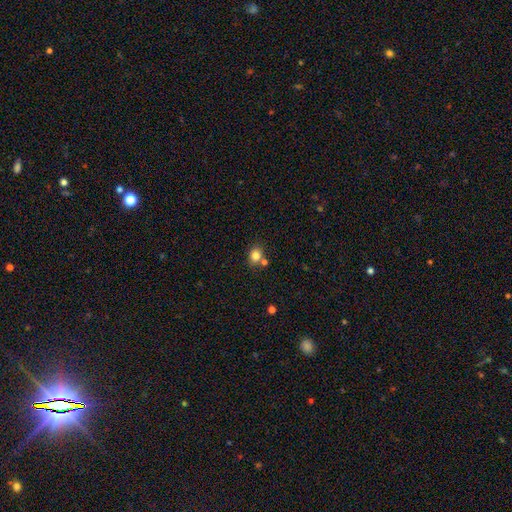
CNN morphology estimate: Overall: smooth (81%). How rounded: round (53%; in between 46%). Merging: none (67%).